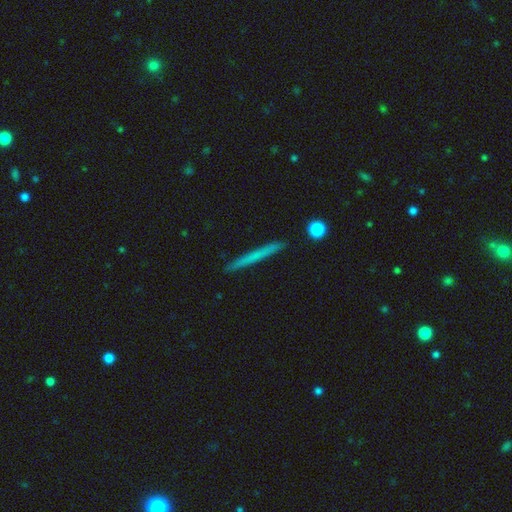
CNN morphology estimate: Q: Smooth or featured?
A: smooth (57%); runner-up: featured or disk (37%)
Q: How rounded?
A: cigar-shaped (97%); runner-up: in between (2%)
Q: Merging?
A: none (92%); runner-up: minor disturbance (6%)